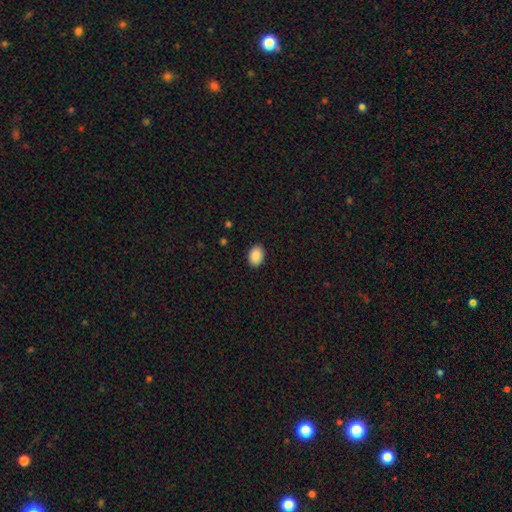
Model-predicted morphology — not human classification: Smooth or featured? smooth (90%)
How rounded? in between (78%)
Merging? none (90%)